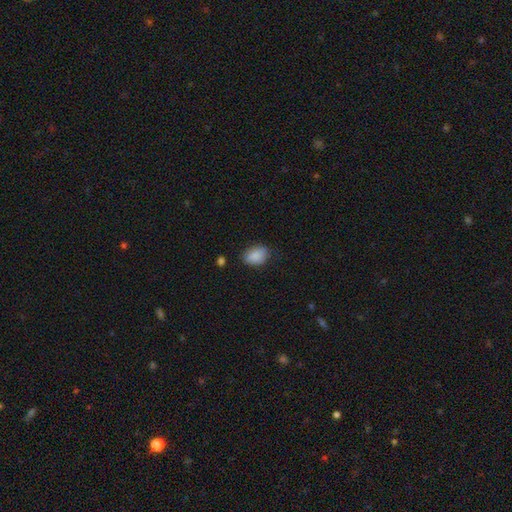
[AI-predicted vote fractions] A smooth galaxy with no disk features (88%) that is in between round and cigar-shaped (79%).

Vote fractions:
- Smooth or featured? smooth: 88% / star or artifact: 8% / featured or disk: 5%
- How rounded? in between: 79% / round: 19% / cigar-shaped: 1%
- Merging? none: 75% / minor disturbance: 19% / major disturbance: 4% / merger: 2%